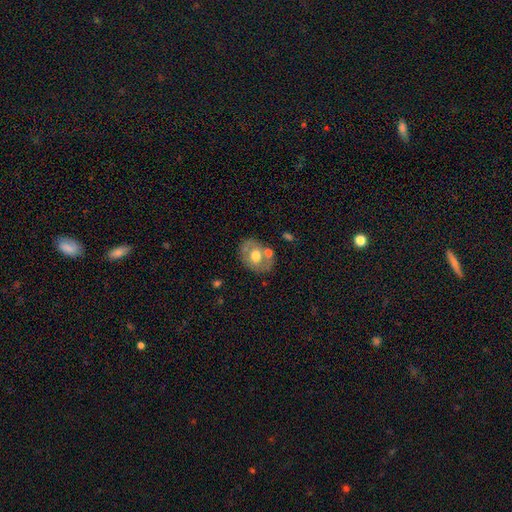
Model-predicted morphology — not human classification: smooth-or-featured: smooth: 52% | featured or disk: 41% | star or artifact: 7%
  how-rounded: in between: 61% | round: 38% | cigar-shaped: 1%
  merging: none: 64% | merger: 15% | minor disturbance: 15% | major disturbance: 5%